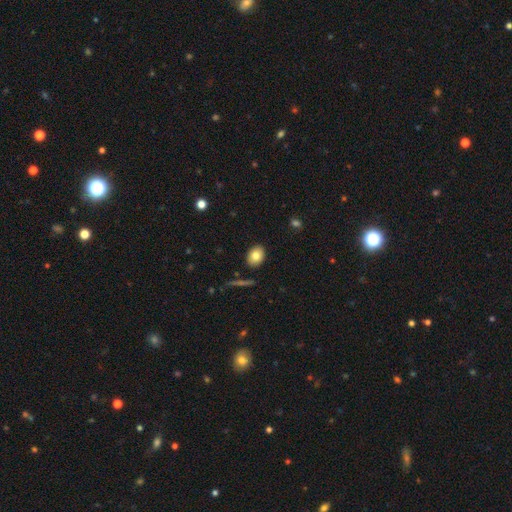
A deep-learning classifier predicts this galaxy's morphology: A smooth galaxy with no disk features (81%) that is in between round and cigar-shaped (67%). Merging: none (89%).